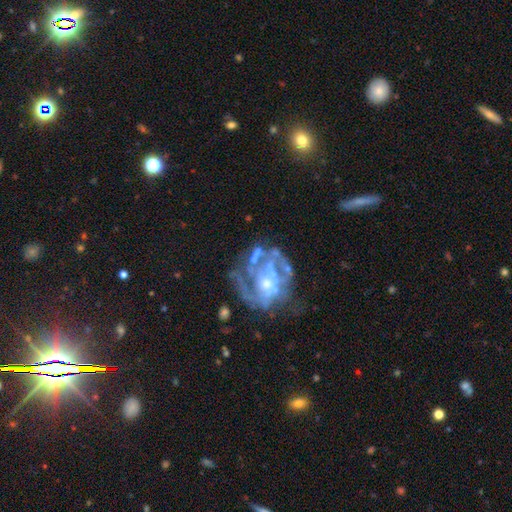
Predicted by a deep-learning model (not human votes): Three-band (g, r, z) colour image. It shows a featured or disk galaxy (78%) with no bar (79%), no spiral arms (56%) and a small central bulge (41%). Merging: none (43%).